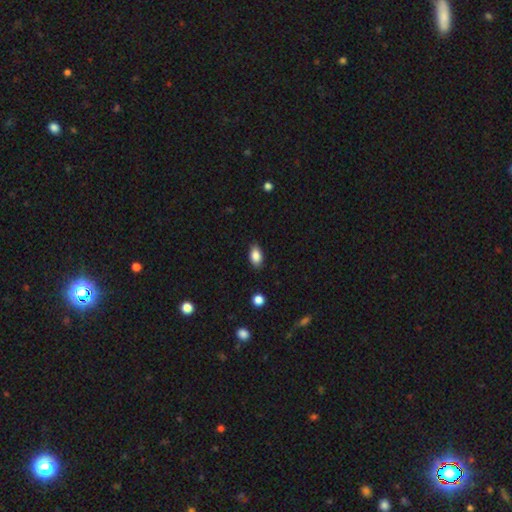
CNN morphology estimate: smooth_or_featured: smooth (p=0.85) [alt: star or artifact p=0.08]
how_rounded: in between (p=0.90) [alt: round p=0.07]
merging: none (p=0.86) [alt: minor disturbance p=0.11]